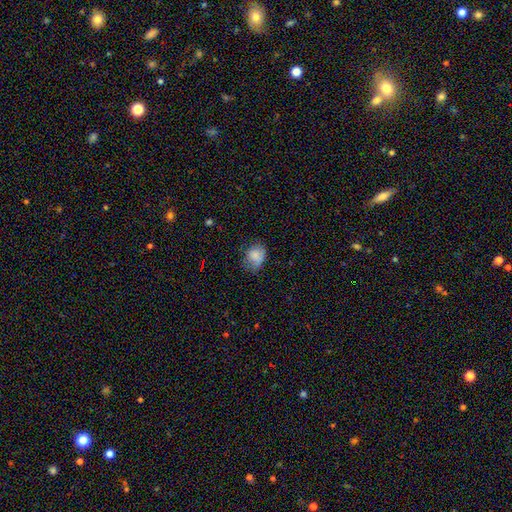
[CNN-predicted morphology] This appears to be a smooth galaxy with no disk features (82%) that is round (52%). Merging: none (59%).